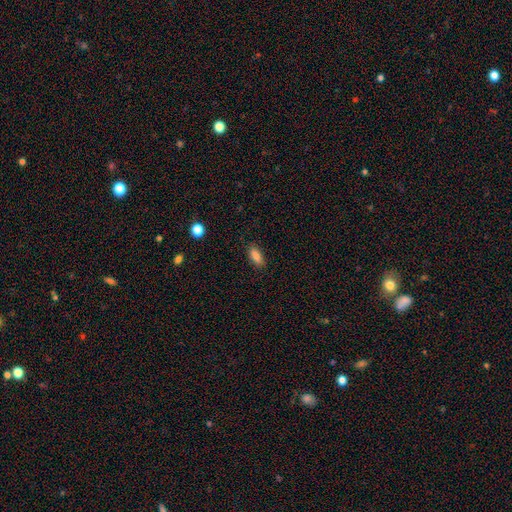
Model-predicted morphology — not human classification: A smooth galaxy with no disk features (85%) that is in between round and cigar-shaped (80%).

Vote fractions:
- Smooth or featured? smooth: 85% / star or artifact: 9% / featured or disk: 6%
- How rounded? in between: 80% / cigar-shaped: 17% / round: 3%
- Merging? none: 85% / minor disturbance: 11% / major disturbance: 2% / merger: 1%